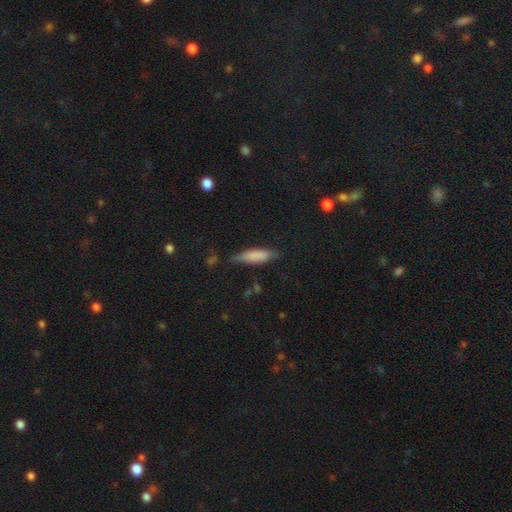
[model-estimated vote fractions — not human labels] Smooth or featured?
  - smooth: 79% *
  - featured or disk: 14%
  - star or artifact: 7%
How rounded?
  - cigar-shaped: 58% *
  - in between: 40%
  - round: 2%
Merging?
  - none: 68% *
  - minor disturbance: 24%
  - major disturbance: 5%
  - merger: 3%